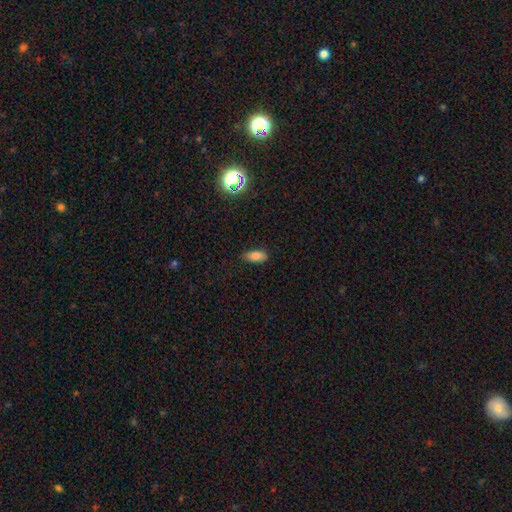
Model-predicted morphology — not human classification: smooth_or_featured: smooth (p=0.81) [alt: star or artifact p=0.10]
how_rounded: in between (p=0.83) [alt: cigar-shaped p=0.14]
merging: none (p=0.79) [alt: minor disturbance p=0.17]